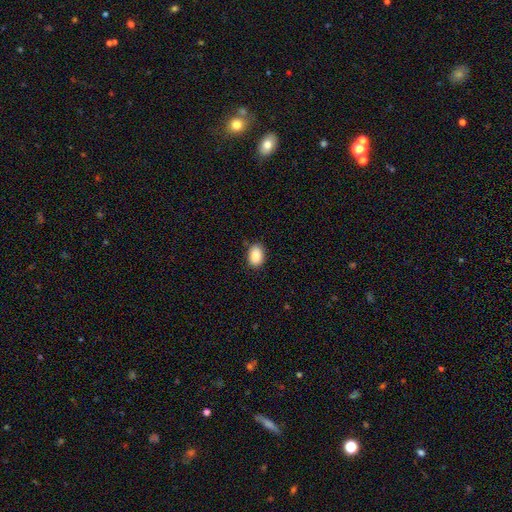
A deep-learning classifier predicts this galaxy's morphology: This is clearly a smooth galaxy (88%). How rounded: clearly in between (82%). Merging: clearly none (85%).